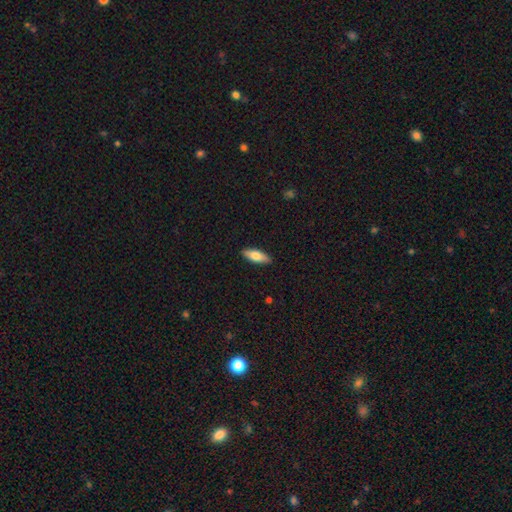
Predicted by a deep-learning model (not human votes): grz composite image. It shows a smooth galaxy with no disk features (72%) that is in between round and cigar-shaped (63%). Merging: none (90%).